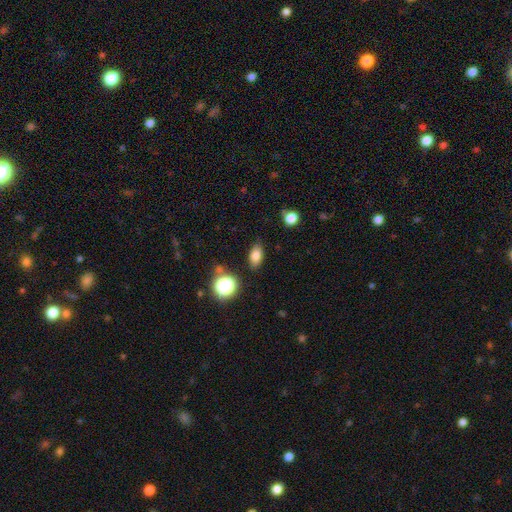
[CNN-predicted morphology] Smooth or featured? smooth (80%)
How rounded? in between (83%)
Merging? none (82%)